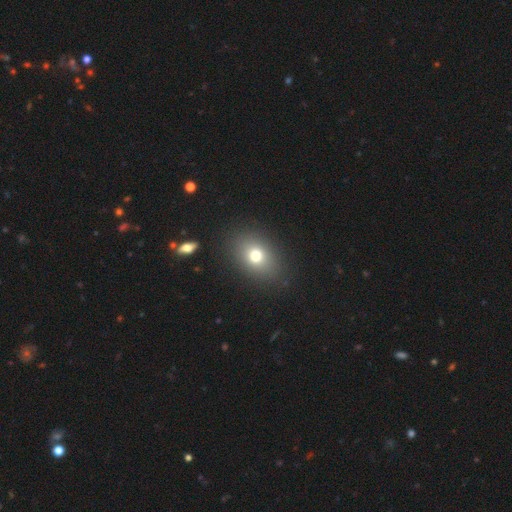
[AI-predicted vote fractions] Q: Smooth or featured?
A: smooth (74%); runner-up: featured or disk (13%)
Q: How rounded?
A: in between (66%); runner-up: round (33%)
Q: Merging?
A: none (86%); runner-up: minor disturbance (9%)